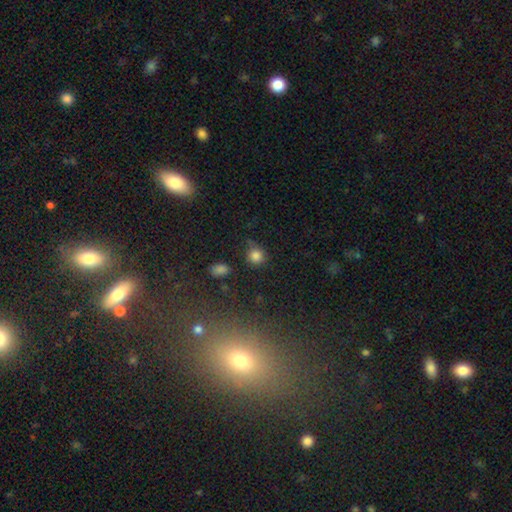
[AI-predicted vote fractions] A smooth galaxy with no disk features (82%) that is round (87%). Merging: none (62%).